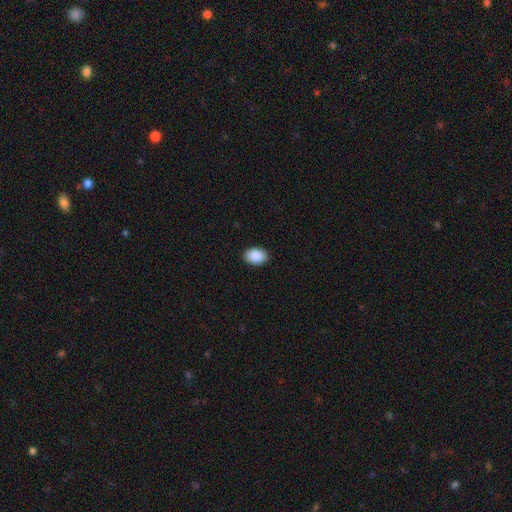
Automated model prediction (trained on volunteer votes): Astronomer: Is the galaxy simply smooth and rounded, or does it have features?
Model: smooth — 91%.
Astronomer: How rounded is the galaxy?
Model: in between — 83%.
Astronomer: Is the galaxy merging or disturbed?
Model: none — 90%.